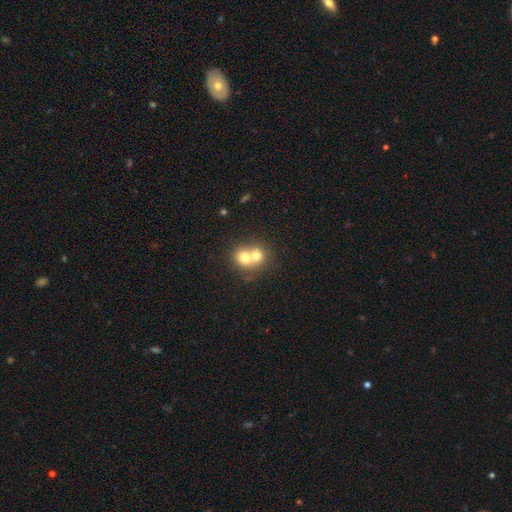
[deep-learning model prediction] This appears to be a smooth galaxy with no disk features (69%) that is round (73%). Merging: merger (70%).